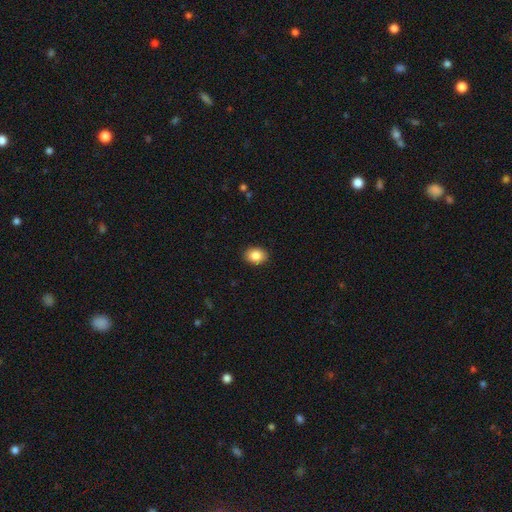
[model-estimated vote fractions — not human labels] Smooth or featured? smooth (86%)
How rounded? in between (67%)
Merging? none (90%)